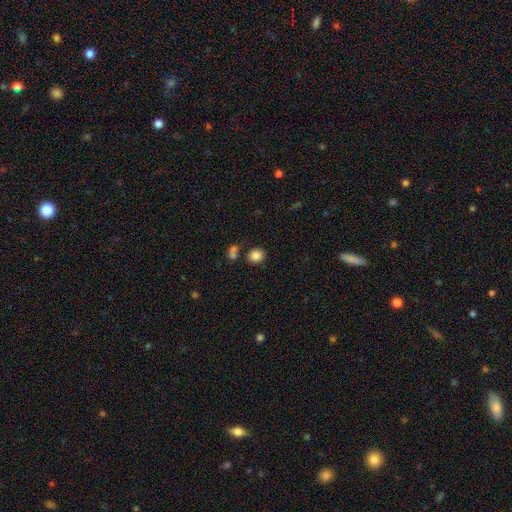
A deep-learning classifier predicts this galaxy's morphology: Smooth or featured? smooth (84%)
How rounded? round (58%)
Merging? none (76%)